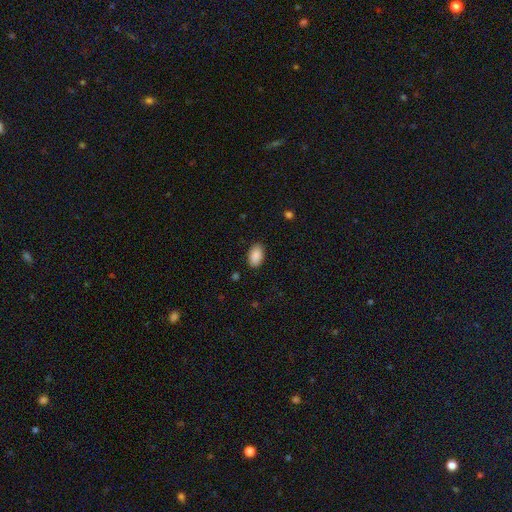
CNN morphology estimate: The model was most divided on "merging": none: 87%, minor disturbance: 9%, major disturbance: 2%, merger: 1%. More confident: how rounded — in between (93%); smooth or featured — smooth (90%).